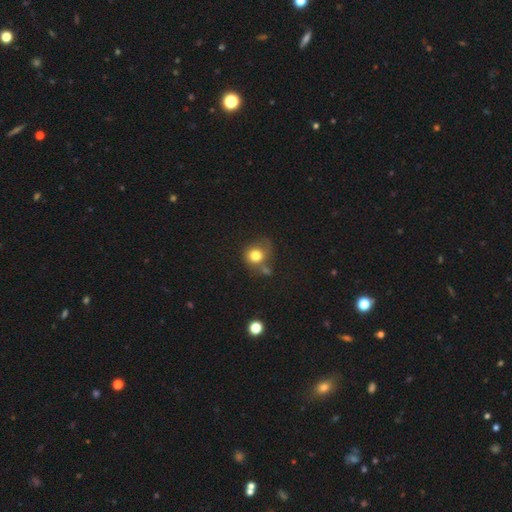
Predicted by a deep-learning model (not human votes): Overall: smooth (79%). How rounded: round (79%). Merging: none (52%; minor disturbance 23%).